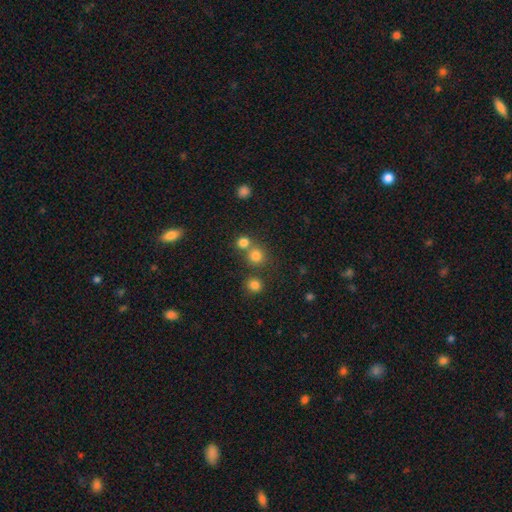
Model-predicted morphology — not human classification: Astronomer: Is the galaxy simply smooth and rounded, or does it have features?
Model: smooth — 78%.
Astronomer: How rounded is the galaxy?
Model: round — 89%.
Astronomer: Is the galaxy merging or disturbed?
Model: none — 62%.